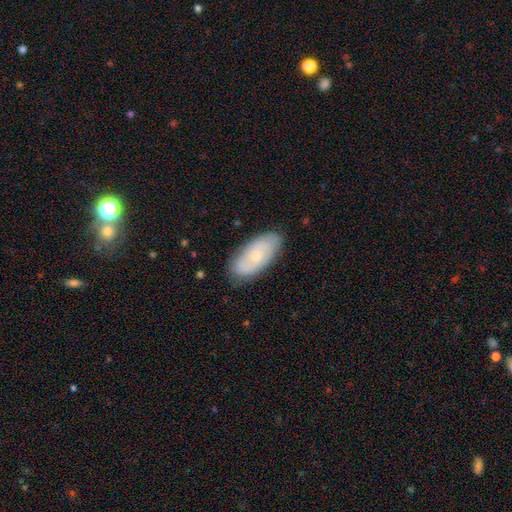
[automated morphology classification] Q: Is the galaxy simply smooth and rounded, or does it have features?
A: featured or disk — 51%.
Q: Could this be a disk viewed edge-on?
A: no — 91%.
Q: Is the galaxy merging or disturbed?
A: none — 83%.